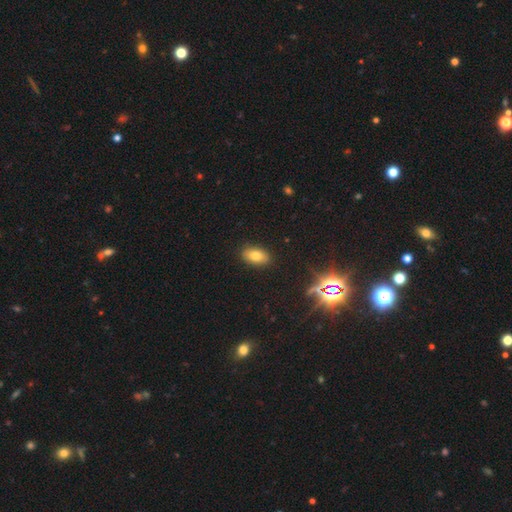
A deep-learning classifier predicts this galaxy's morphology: Q: Smooth or featured?
A: smooth (76%); runner-up: star or artifact (13%)
Q: How rounded?
A: in between (90%); runner-up: round (8%)
Q: Merging?
A: none (88%); runner-up: minor disturbance (9%)